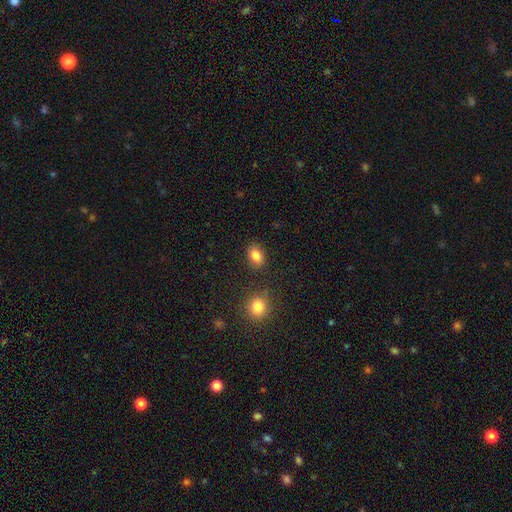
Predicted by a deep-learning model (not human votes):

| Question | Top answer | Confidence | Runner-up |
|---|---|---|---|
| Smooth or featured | smooth | 85% | star or artifact (9%) |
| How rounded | in between | 75% | round (24%) |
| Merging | none | 83% | minor disturbance (11%) |